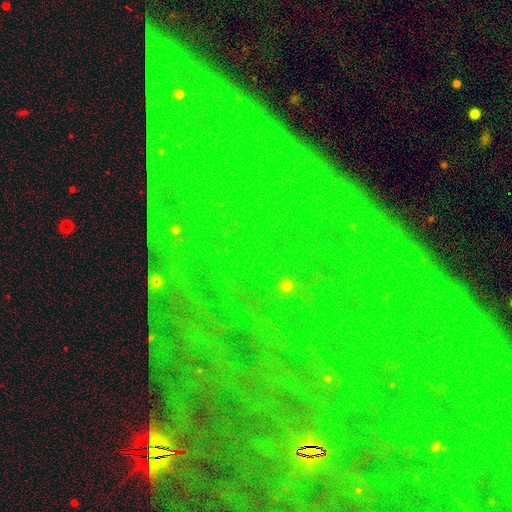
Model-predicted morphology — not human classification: type=star or artifact (84%).